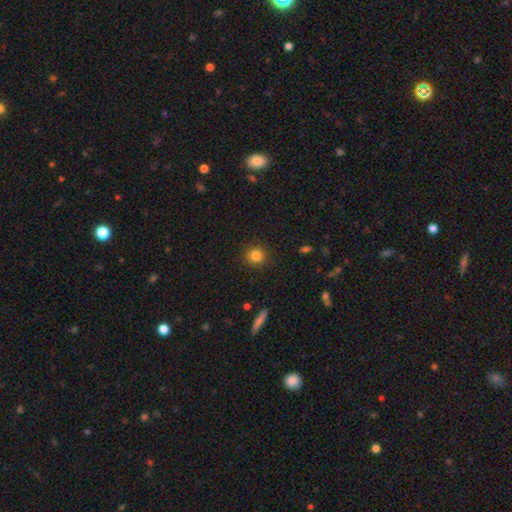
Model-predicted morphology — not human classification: Smooth or featured? smooth (83%)
How rounded? round (90%)
Merging? none (90%)